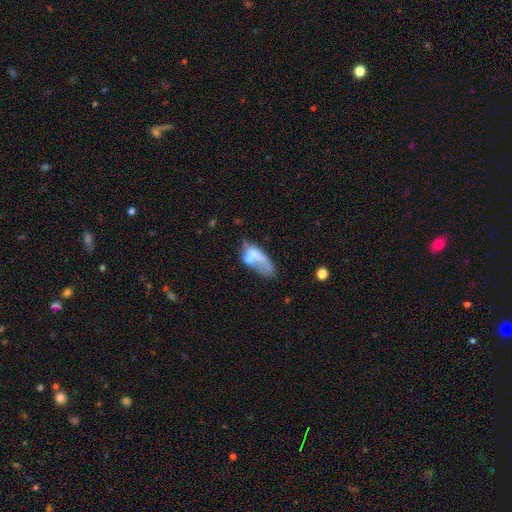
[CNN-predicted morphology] smooth_or_featured: smooth (p=0.50) [alt: featured or disk p=0.41]
how_rounded: in between (p=0.81) [alt: cigar-shaped p=0.13]
merging: major disturbance (p=0.31) [alt: merger p=0.29]